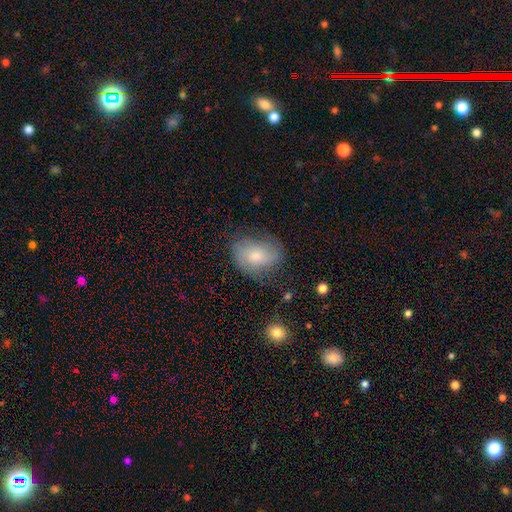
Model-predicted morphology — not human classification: Smooth or featured: smooth — 58% (featured or disk — 33%)
How rounded: in between — 67% (round — 32%)
Merging: none — 61% (minor disturbance — 28%)